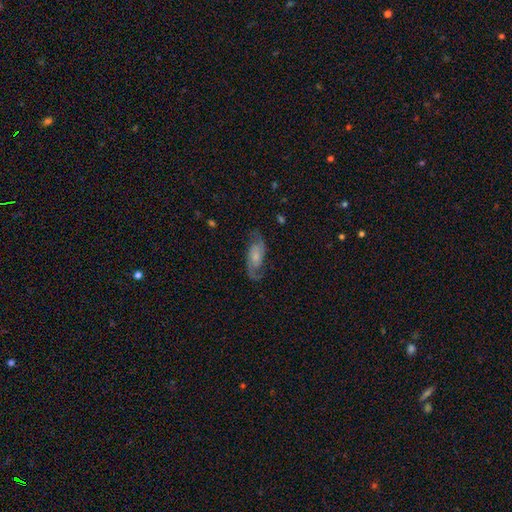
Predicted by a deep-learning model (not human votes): Overall: featured or disk (77%). Edge-on disk: no (95%). Bar: no (55%; weak 36%). Spiral arms: yes (95%). Spiral arm count: 2 (90%). Spiral winding: medium (48%; loose 34%). Bulge size: small (44%; moderate 33%). Merging: none (75%).